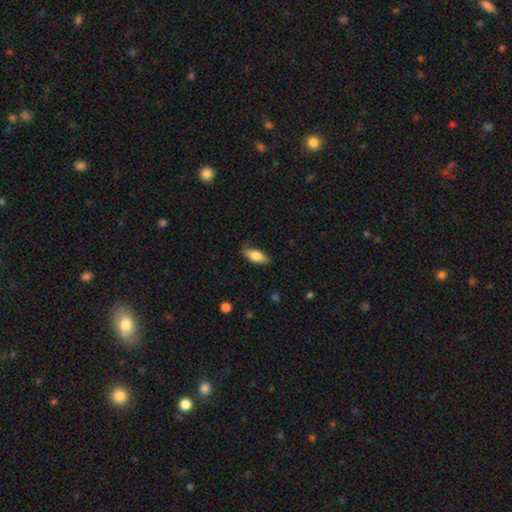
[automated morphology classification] smooth-or-featured: smooth: 76% | featured or disk: 18% | star or artifact: 6%
  how-rounded: in between: 80% | cigar-shaped: 17% | round: 3%
  merging: none: 77% | minor disturbance: 18% | major disturbance: 3% | merger: 1%